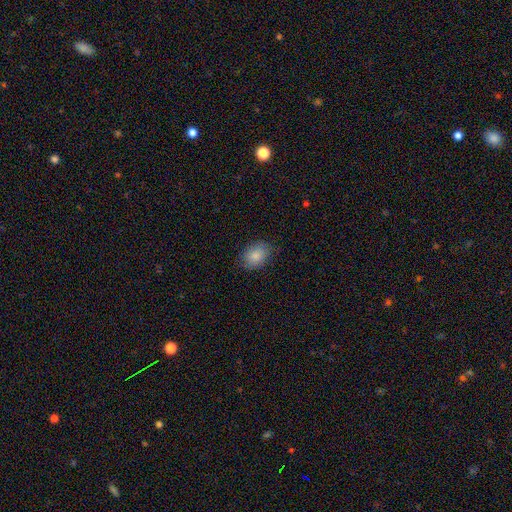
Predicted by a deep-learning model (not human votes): Smooth or featured: smooth — 85% (star or artifact — 8%)
How rounded: in between — 71% (round — 28%)
Merging: none — 82% (minor disturbance — 14%)